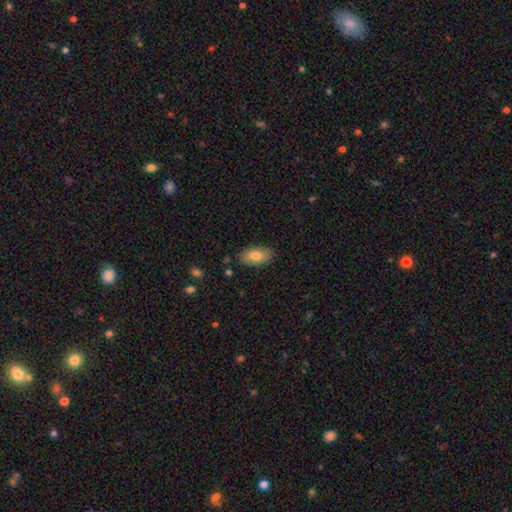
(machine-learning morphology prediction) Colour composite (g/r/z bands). It shows a smooth galaxy with no disk features (79%) that is in between round and cigar-shaped (93%). Merging: none (85%).